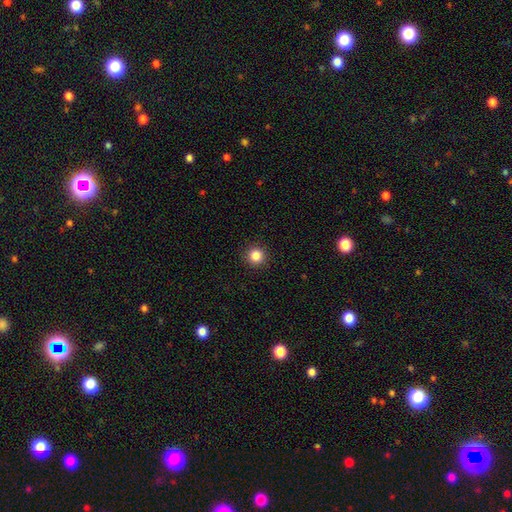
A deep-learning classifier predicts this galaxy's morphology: Smooth or featured?
  - smooth: 85% *
  - star or artifact: 11%
  - featured or disk: 4%
How rounded?
  - round: 95% *
  - in between: 4%
  - cigar-shaped: 1%
Merging?
  - none: 92% *
  - minor disturbance: 5%
  - major disturbance: 2%
  - merger: 1%